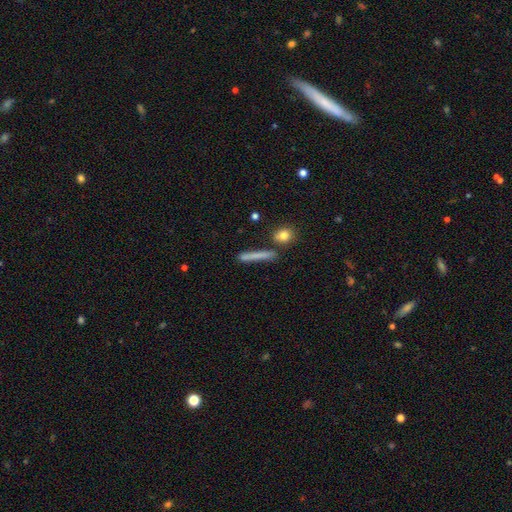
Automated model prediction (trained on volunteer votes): A smooth galaxy with no disk features (68%) that is cigar-shaped (93%). Merging: none (79%).